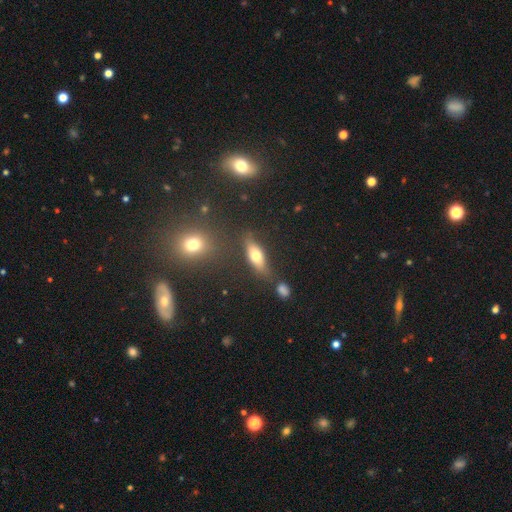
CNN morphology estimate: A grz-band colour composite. It shows a smooth galaxy with no disk features (64%) that is in between round and cigar-shaped (64%). Merging: none (72%).